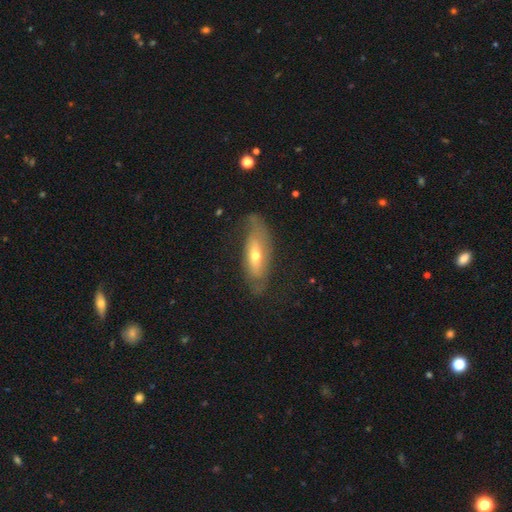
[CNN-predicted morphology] Smooth or featured: featured or disk — 54% (smooth — 39%)
Edge-on disk: no — 67% (yes — 33%)
Merging: none — 59% (minor disturbance — 26%)